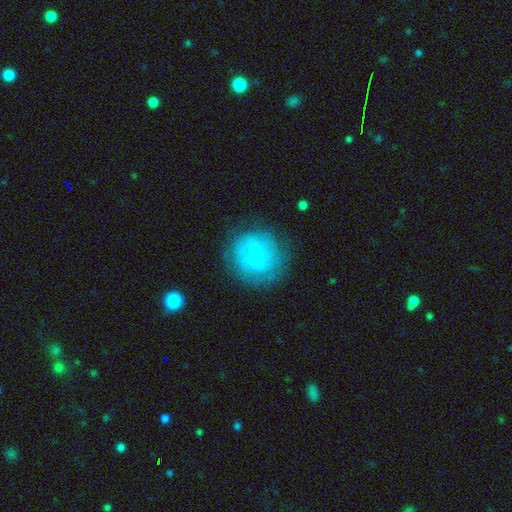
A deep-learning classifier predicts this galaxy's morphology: Smooth or featured? Predicted: featured or disk (p=0.52). Edge-on disk? Predicted: no (p=0.97). Bar? Predicted: weak (p=0.46). Spiral arms? Predicted: yes (p=0.65). Bulge size? Predicted: none (p=0.42). Merging? Predicted: none (p=0.66).